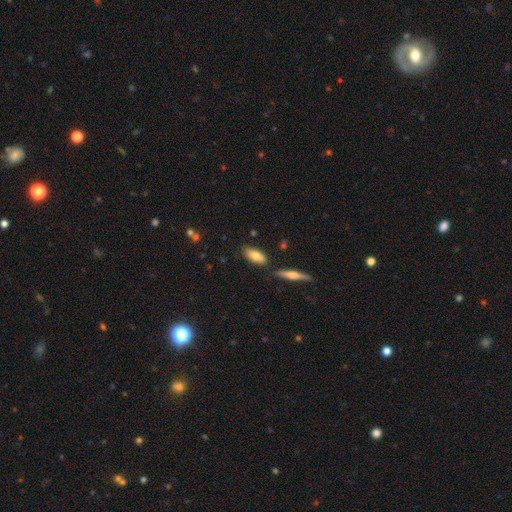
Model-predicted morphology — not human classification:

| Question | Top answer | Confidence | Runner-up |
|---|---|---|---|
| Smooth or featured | smooth | 76% | featured or disk (17%) |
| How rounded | in between | 81% | cigar-shaped (17%) |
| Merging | none | 78% | minor disturbance (13%) |